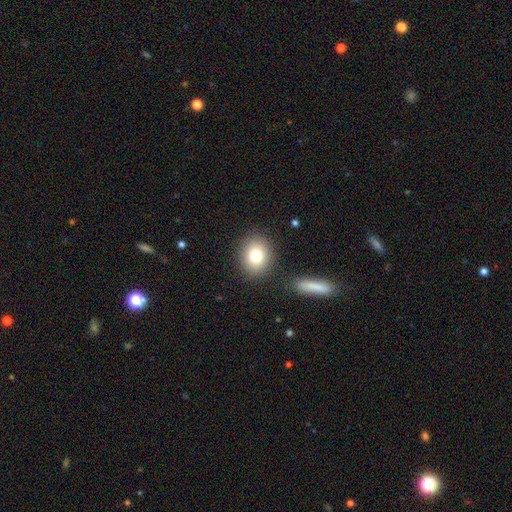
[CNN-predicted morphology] Q: Smooth or featured?
A: smooth (78%); runner-up: featured or disk (11%)
Q: How rounded?
A: round (65%); runner-up: in between (34%)
Q: Merging?
A: none (86%); runner-up: minor disturbance (8%)